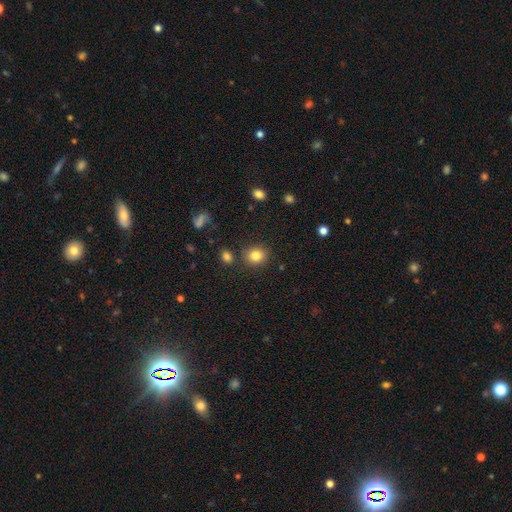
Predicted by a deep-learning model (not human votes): Smooth or featured? smooth (83%)
How rounded? round (77%)
Merging? none (83%)